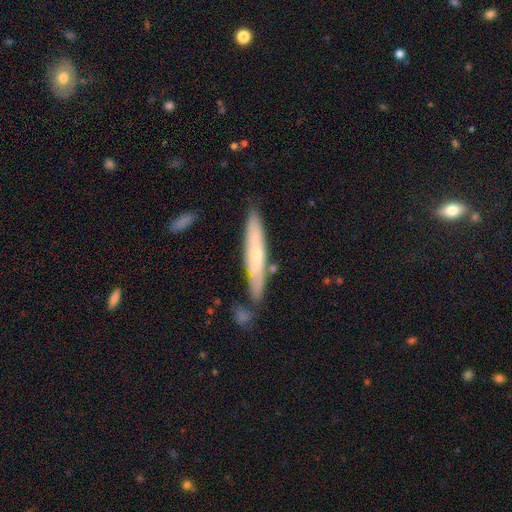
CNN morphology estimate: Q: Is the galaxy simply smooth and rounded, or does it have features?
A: featured or disk — 48%.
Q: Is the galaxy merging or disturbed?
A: none — 74%.